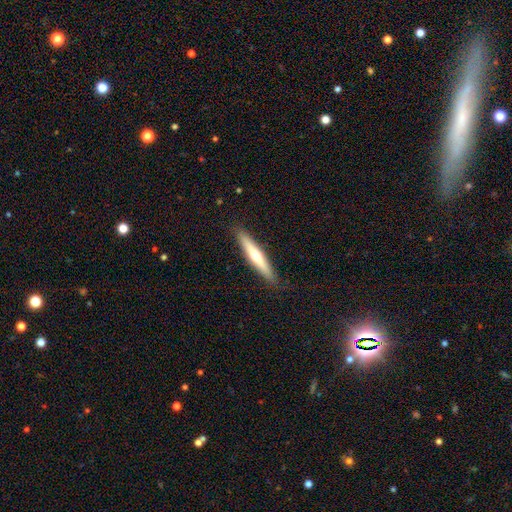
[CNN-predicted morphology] featured or disk 53%, smooth 42%, star or artifact 5%. Down the decision tree: edge-on disk — yes (95%); edge-on bulge — rounded (83%); merging — none (90%).